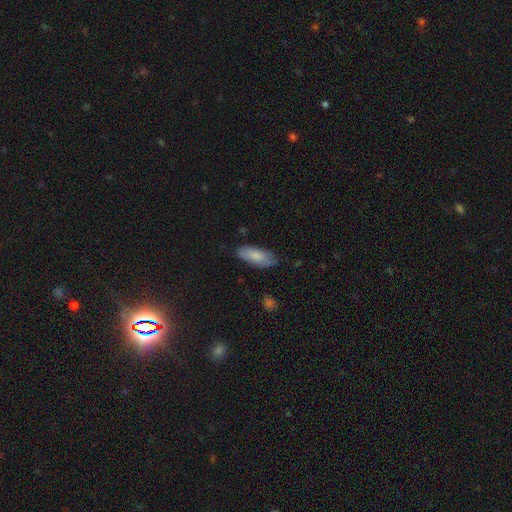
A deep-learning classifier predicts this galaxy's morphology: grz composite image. It shows a smooth galaxy with no disk features (80%) that is in between round and cigar-shaped (83%). Merging: none (77%).